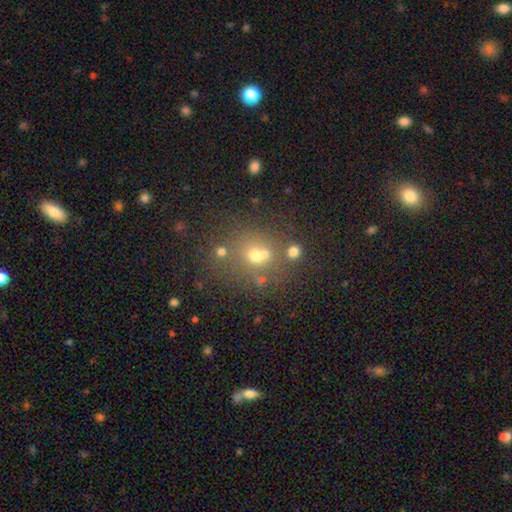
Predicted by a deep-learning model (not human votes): smooth_or_featured: smooth (p=0.55) [alt: star or artifact p=0.27]
how_rounded: round (p=0.78) [alt: in between p=0.21]
merging: none (p=0.56) [alt: merger p=0.28]